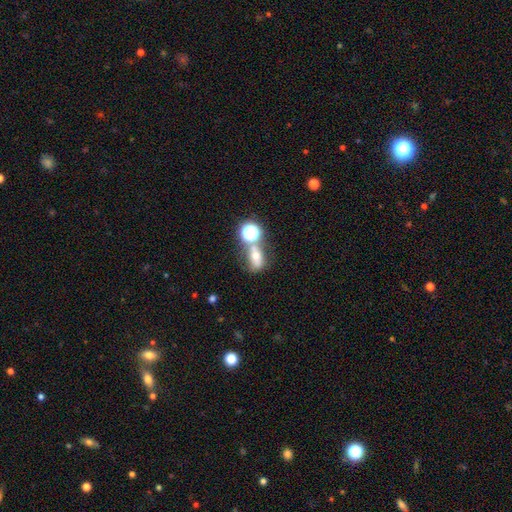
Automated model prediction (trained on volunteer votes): This appears to be a smooth galaxy with no disk features (54%) that is in between round and cigar-shaped (61%). Merging: none (43%).